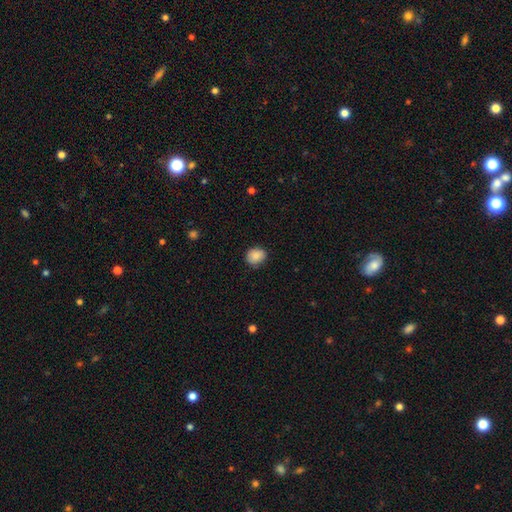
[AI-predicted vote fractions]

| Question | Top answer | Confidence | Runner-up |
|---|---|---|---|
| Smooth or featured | smooth | 88% | star or artifact (8%) |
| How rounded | round | 56% | in between (43%) |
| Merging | none | 79% | minor disturbance (17%) |